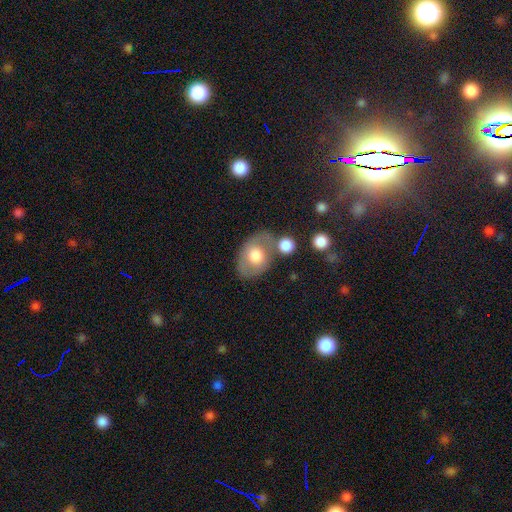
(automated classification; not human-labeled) Q: Smooth or featured?
A: smooth (64%); runner-up: featured or disk (29%)
Q: How rounded?
A: in between (75%); runner-up: round (23%)
Q: Merging?
A: none (58%); runner-up: minor disturbance (18%)